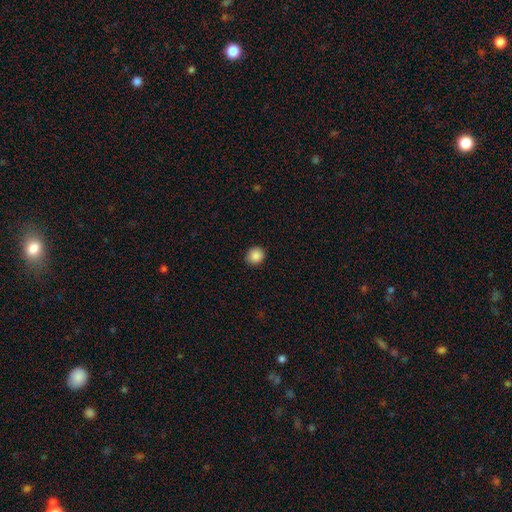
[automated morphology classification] Smooth or featured: smooth — 88% (star or artifact — 9%)
How rounded: round — 87% (in between — 12%)
Merging: none — 91% (minor disturbance — 6%)